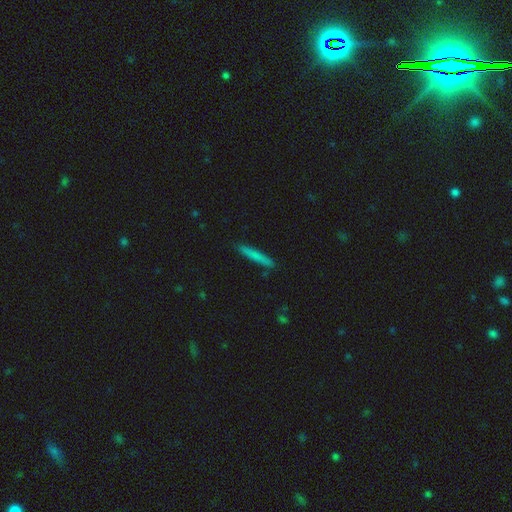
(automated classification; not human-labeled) Smooth or featured? Predicted: smooth (p=0.74). How rounded? Predicted: cigar-shaped (p=0.95). Merging? Predicted: none (p=0.88).